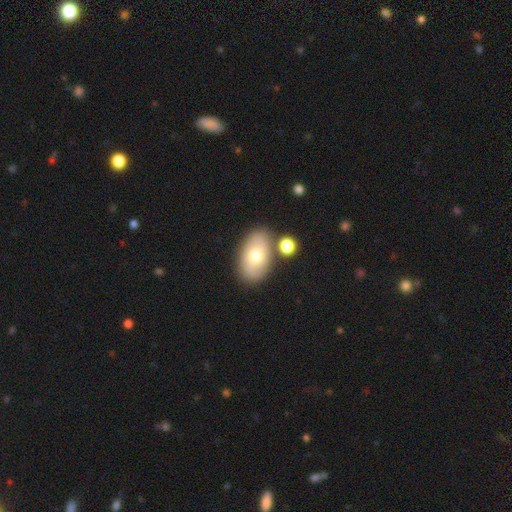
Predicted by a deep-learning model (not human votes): A smooth galaxy with no disk features (70%) that is in between round and cigar-shaped (91%). Merging: none (74%).